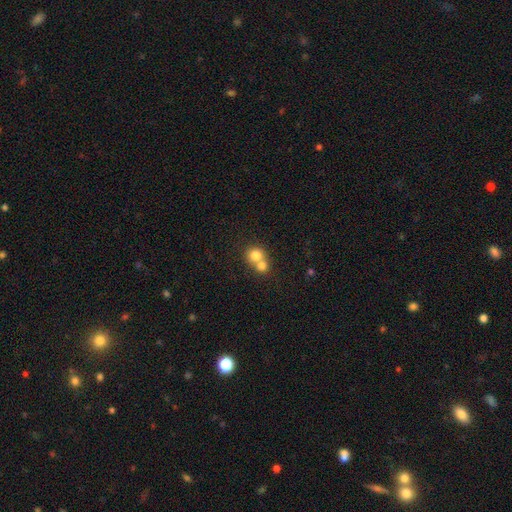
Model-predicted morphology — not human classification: A smooth galaxy with no disk features (78%) that is round (83%).

Vote fractions:
- Smooth or featured? smooth: 78% / featured or disk: 12% / star or artifact: 10%
- How rounded? round: 83% / in between: 16% / cigar-shaped: 1%
- Merging? merger: 64% / none: 30% / minor disturbance: 4% / major disturbance: 2%